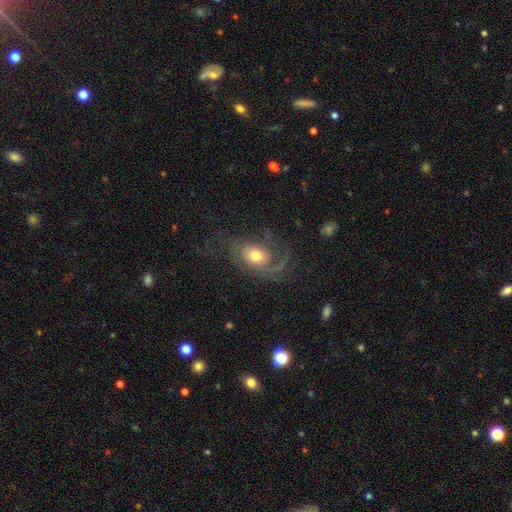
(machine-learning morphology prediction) A featured or disk galaxy (64%) with no bar (79%), spiral arms (81%) and a moderate central bulge (68%).

Vote fractions:
- Smooth or featured? featured or disk: 64% / smooth: 28% / star or artifact: 9%
- Edge-on disk? no: 95% / yes: 5%
- Bar? no: 79% / weak: 17% / strong: 4%
- Spiral arms? yes: 81% / no: 19%
- Bulge size? moderate: 68% / small: 14% / large: 14% / dominant: 2% / none: 1%
- Merging? none: 52% / major disturbance: 28% / minor disturbance: 18% / merger: 2%